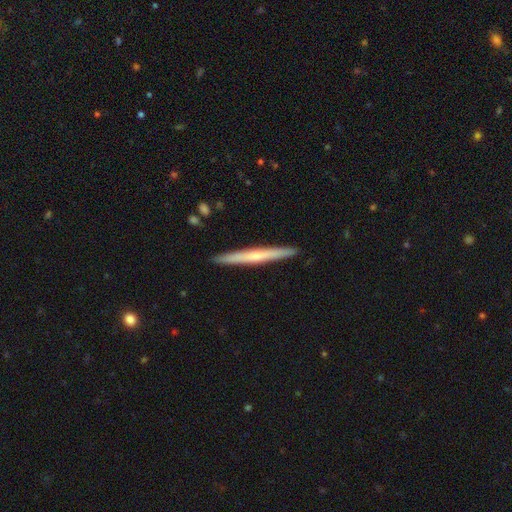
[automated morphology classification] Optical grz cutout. It shows a featured or disk galaxy (50%) viewed edge-on (97%). Merging: none (93%).